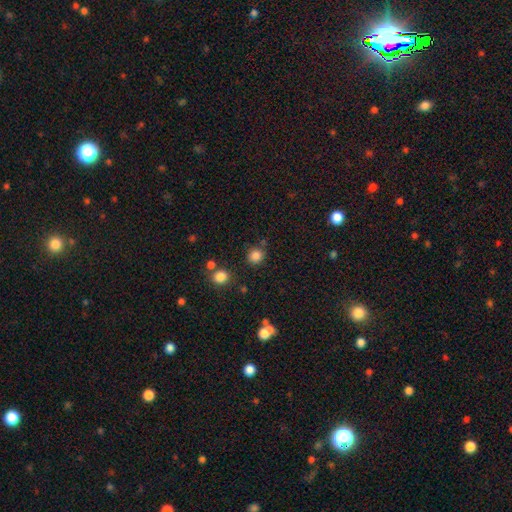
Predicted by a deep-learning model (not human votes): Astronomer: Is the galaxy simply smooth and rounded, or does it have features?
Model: smooth — 83%.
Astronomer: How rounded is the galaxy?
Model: round — 88%.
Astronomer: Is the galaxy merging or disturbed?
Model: none — 80%.